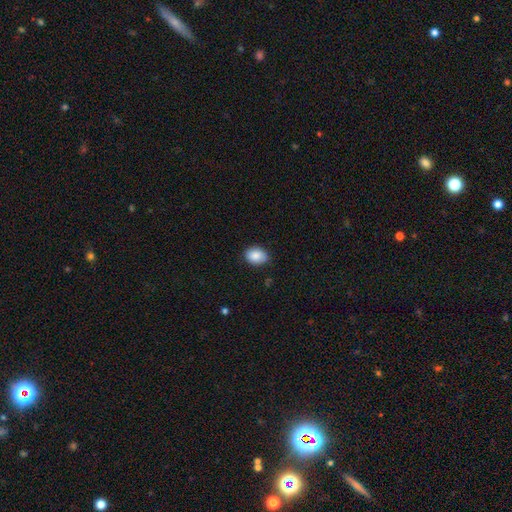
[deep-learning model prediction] This appears to be a smooth galaxy with no disk features (87%) that is in between round and cigar-shaped (68%). Merging: none (83%).